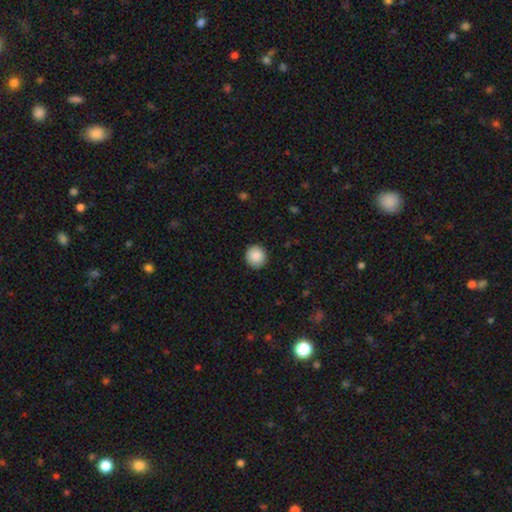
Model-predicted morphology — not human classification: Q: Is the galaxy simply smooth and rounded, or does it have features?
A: smooth — 89%.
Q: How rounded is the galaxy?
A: round — 94%.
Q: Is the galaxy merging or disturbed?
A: none — 91%.